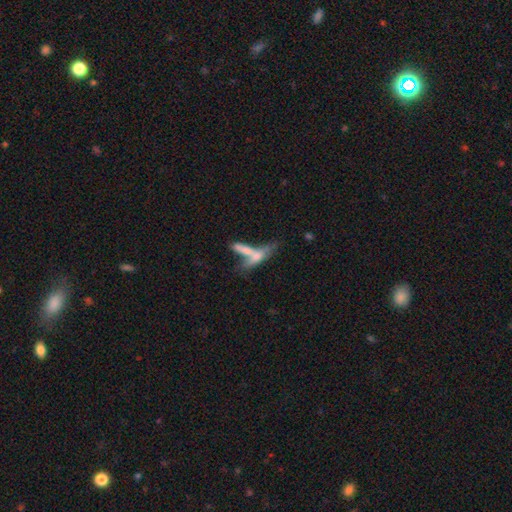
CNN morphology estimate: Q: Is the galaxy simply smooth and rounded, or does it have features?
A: smooth — 52%.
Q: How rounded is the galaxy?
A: cigar-shaped — 66%.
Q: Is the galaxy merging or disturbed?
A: merger — 58%.